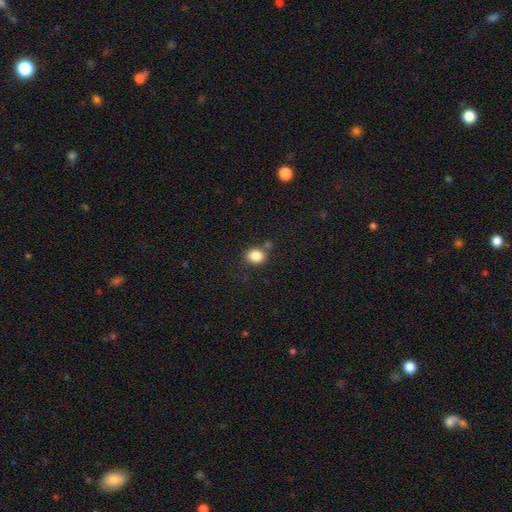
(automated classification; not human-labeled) The model was most divided on "how rounded": round: 54%, in between: 45%, cigar-shaped: 1%. More confident: smooth or featured — smooth (85%); merging — none (74%).